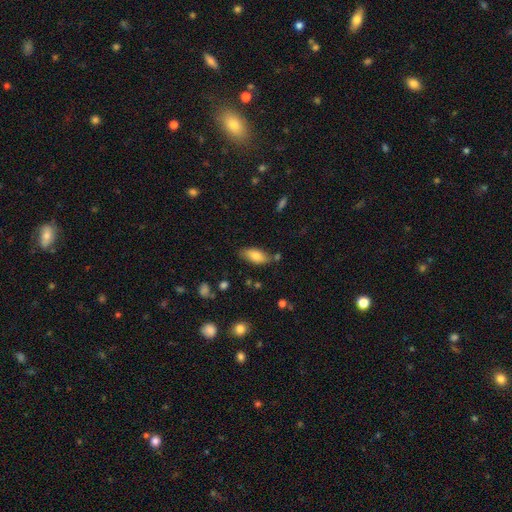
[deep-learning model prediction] This is likely a smooth galaxy (78%). How rounded: clearly in between (86%). Merging: likely none (76%).